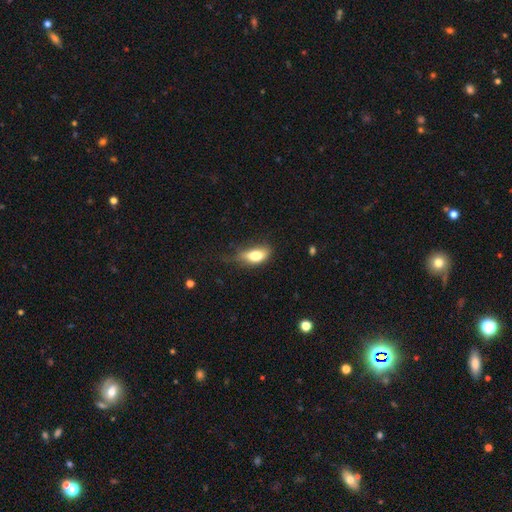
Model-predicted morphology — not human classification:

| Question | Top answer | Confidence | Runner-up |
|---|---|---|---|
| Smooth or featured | smooth | 76% | featured or disk (16%) |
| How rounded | in between | 87% | cigar-shaped (7%) |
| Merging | none | 40% | minor disturbance (39%) |